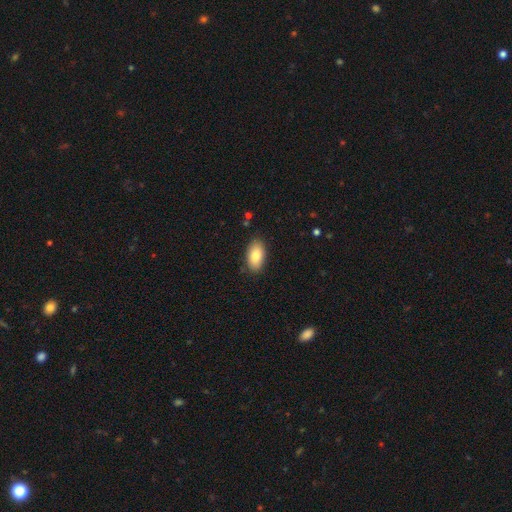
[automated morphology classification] smooth_or_featured: smooth (p=0.84) [alt: featured or disk p=0.09]
how_rounded: in between (p=0.94) [alt: round p=0.04]
merging: none (p=0.86) [alt: minor disturbance p=0.11]